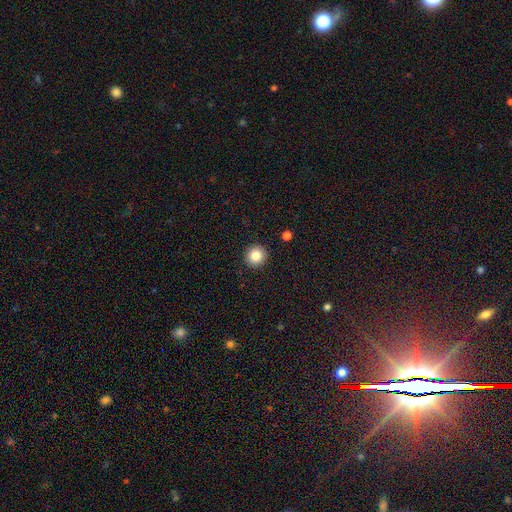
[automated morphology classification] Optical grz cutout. It shows a smooth galaxy with no disk features (85%) that is round (93%). Merging: none (92%).